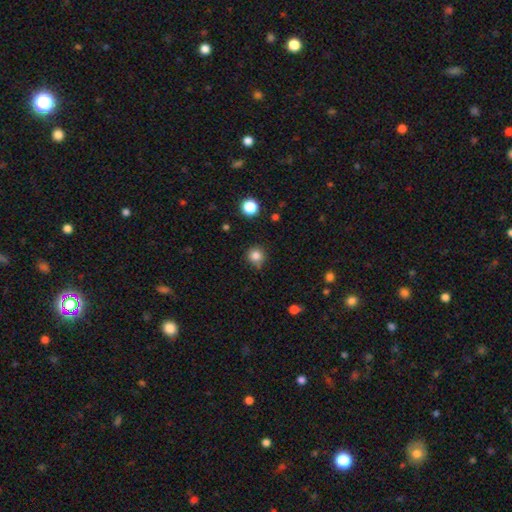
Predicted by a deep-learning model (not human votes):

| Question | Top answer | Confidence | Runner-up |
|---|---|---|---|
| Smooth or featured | smooth | 83% | star or artifact (12%) |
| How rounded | round | 92% | in between (7%) |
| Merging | none | 80% | minor disturbance (14%) |